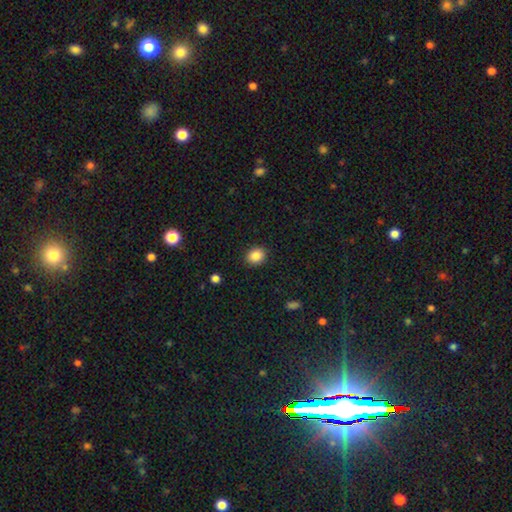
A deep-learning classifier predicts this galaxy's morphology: Smooth or featured? Predicted: smooth (p=0.87). How rounded? Predicted: round (p=0.59). Merging? Predicted: none (p=0.90).